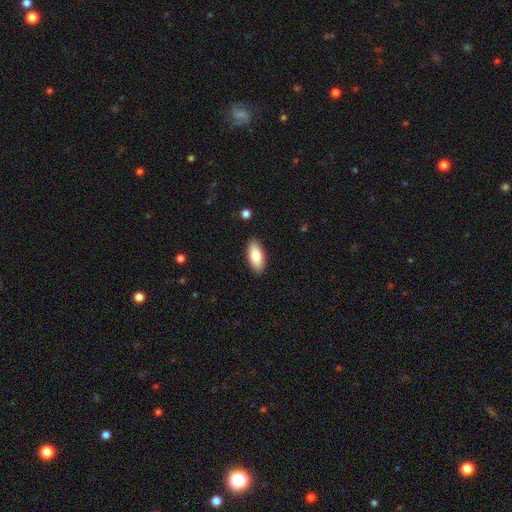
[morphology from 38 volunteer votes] Overall: smooth (87%). How rounded: in between (73%). Merging: none (89%).